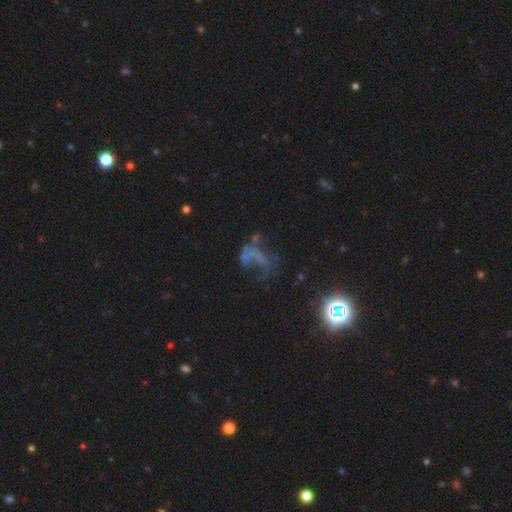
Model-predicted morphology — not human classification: smooth-or-featured: featured or disk: 45% | star or artifact: 33% | smooth: 22%
  merging: major disturbance: 42% | none: 31% | minor disturbance: 14% | merger: 13%